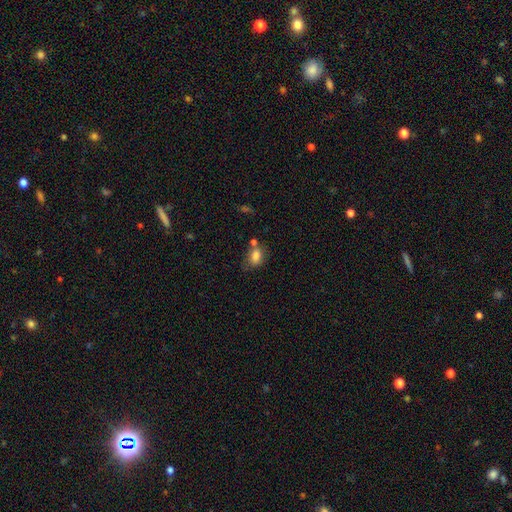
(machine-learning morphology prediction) Smooth or featured: smooth — 80% (featured or disk — 10%)
How rounded: in between — 76% (round — 22%)
Merging: none — 55% (minor disturbance — 21%)